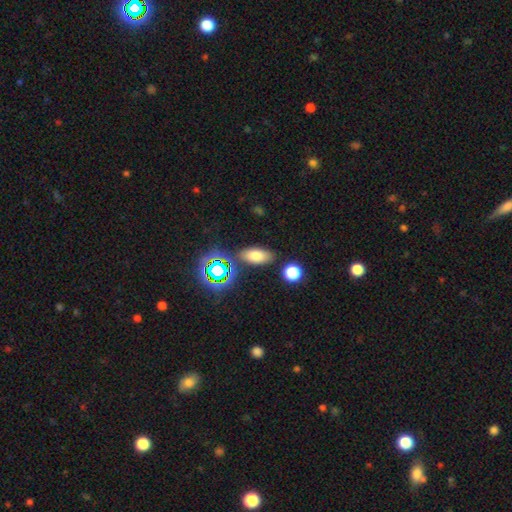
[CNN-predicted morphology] smooth 71%, star or artifact 18%, featured or disk 11%. Down the decision tree: how rounded — in between (85%); merging — none (81%).